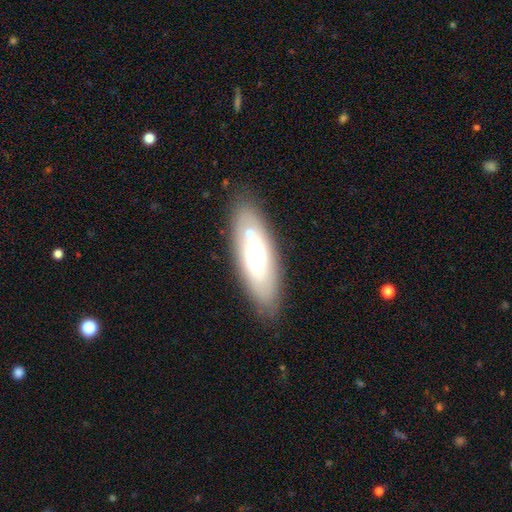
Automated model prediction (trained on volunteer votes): Morphology: type=smooth (56%); roundness=in between (68%); merging=none (77%).